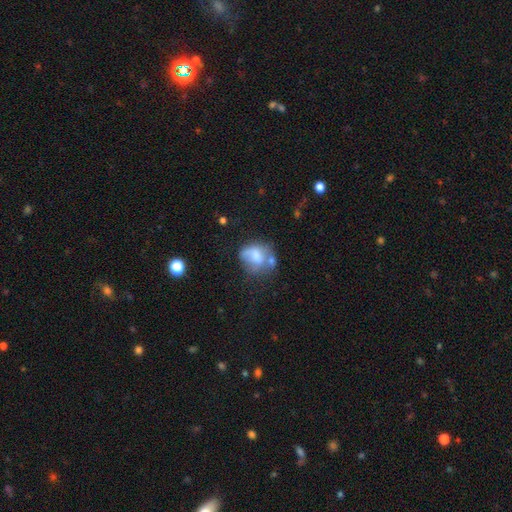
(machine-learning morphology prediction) The model was most divided on "merging": none: 32%, minor disturbance: 25%, merger: 23%, major disturbance: 20%. More confident: smooth or featured — smooth (60%); how rounded — round (55%).